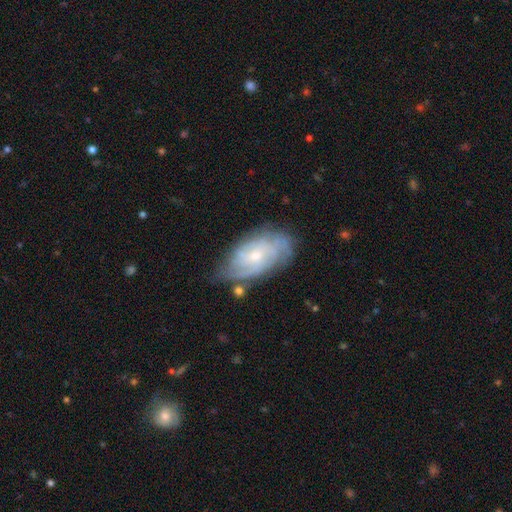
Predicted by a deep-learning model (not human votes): The model was most divided on "spiral winding": tight: 57%, medium: 32%, loose: 11%. Remaining: edge-on disk — no (94%); spiral arms — yes (89%); smooth or featured — featured or disk (73%); bar — no (67%); merging — none (65%); bulge size — small (61%); spiral arm count — can't tell (48%).